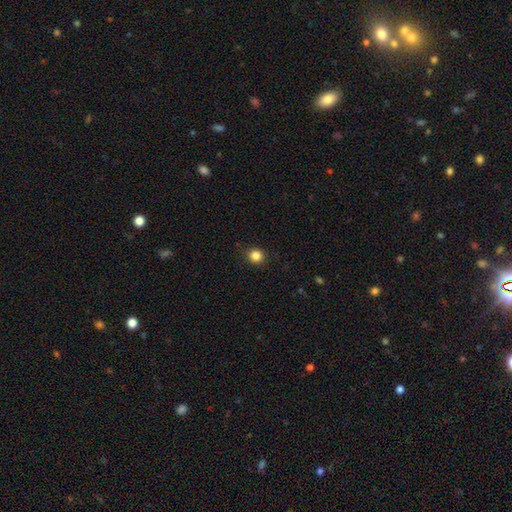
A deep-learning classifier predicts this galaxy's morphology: A smooth galaxy with no disk features (85%) that is round (88%). Merging: none (90%).